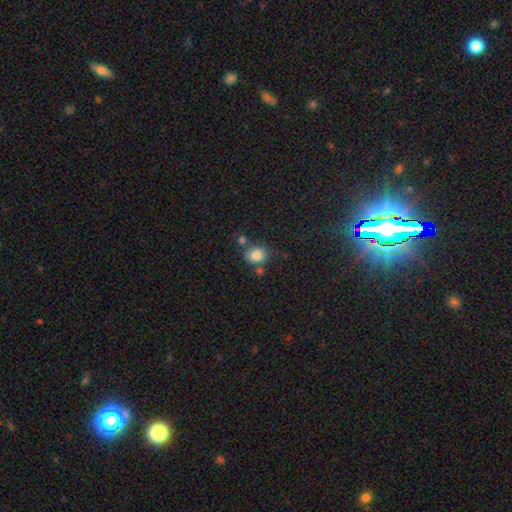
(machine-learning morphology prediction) smooth_or_featured: smooth (p=0.82) [alt: star or artifact p=0.10]
how_rounded: round (p=0.67) [alt: in between p=0.32]
merging: none (p=0.64) [alt: merger p=0.16]